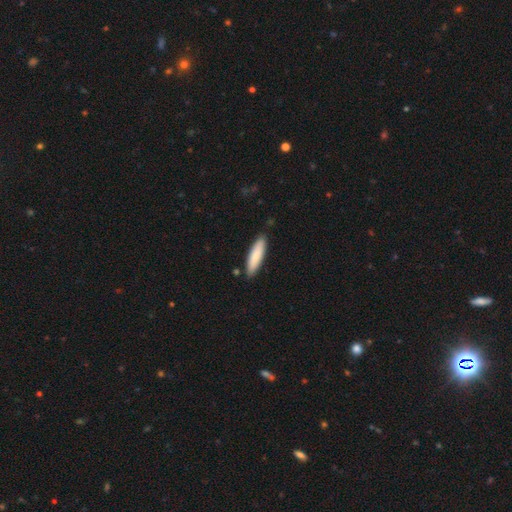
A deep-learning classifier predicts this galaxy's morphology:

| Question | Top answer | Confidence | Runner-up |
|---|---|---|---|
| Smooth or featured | smooth | 83% | featured or disk (11%) |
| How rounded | cigar-shaped | 70% | in between (28%) |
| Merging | none | 87% | minor disturbance (10%) |